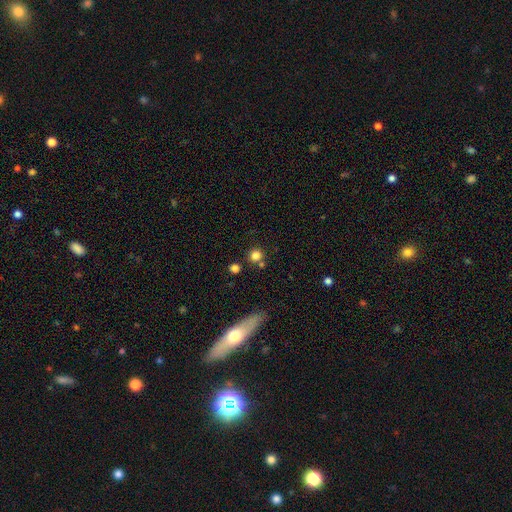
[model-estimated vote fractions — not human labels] A smooth galaxy with no disk features (79%) that is round (91%).

Vote fractions:
- Smooth or featured? smooth: 79% / star or artifact: 14% / featured or disk: 7%
- How rounded? round: 91% / in between: 7% / cigar-shaped: 1%
- Merging? none: 75% / merger: 14% / minor disturbance: 8% / major disturbance: 3%